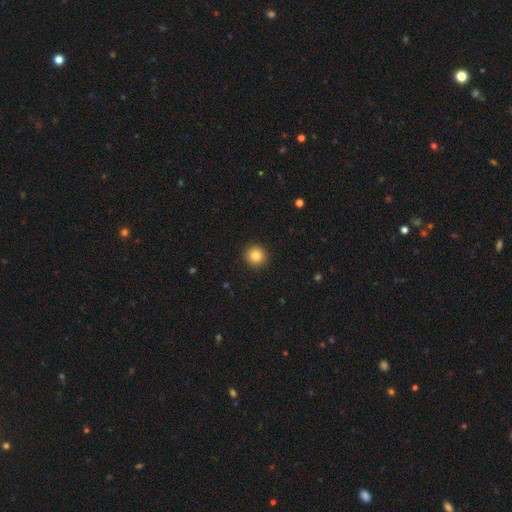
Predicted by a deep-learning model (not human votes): smooth-or-featured: smooth: 83% | star or artifact: 10% | featured or disk: 7%
  how-rounded: round: 94% | in between: 5% | cigar-shaped: 1%
  merging: none: 93% | minor disturbance: 5% | major disturbance: 2% | merger: 1%